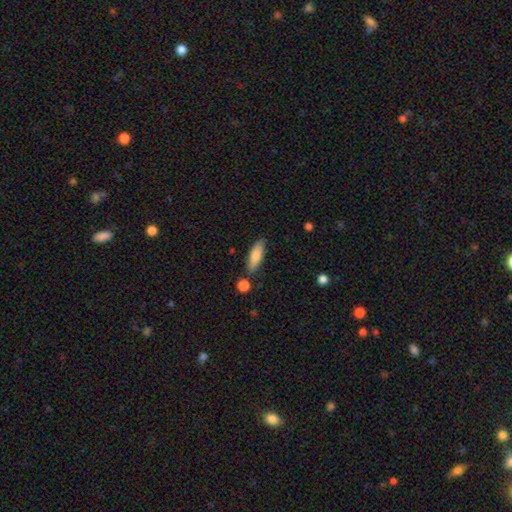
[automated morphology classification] This appears to be a smooth galaxy with no disk features (82%) that is in between round and cigar-shaped (53%). Merging: none (79%).